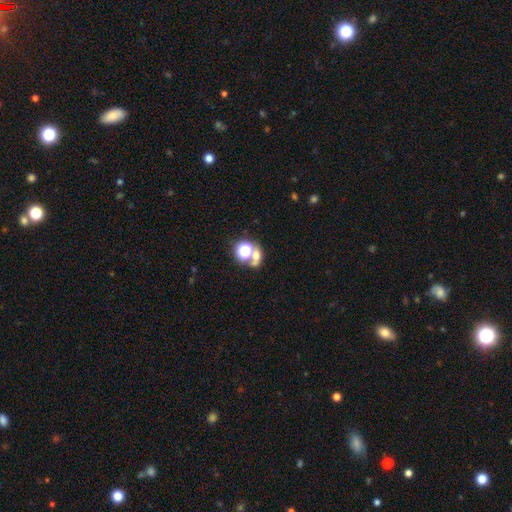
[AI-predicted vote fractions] Smooth or featured?
  - smooth: 51% *
  - star or artifact: 32%
  - featured or disk: 17%
How rounded?
  - round: 64% *
  - in between: 33%
  - cigar-shaped: 3%
Merging?
  - none: 46% *
  - merger: 39%
  - minor disturbance: 8%
  - major disturbance: 6%